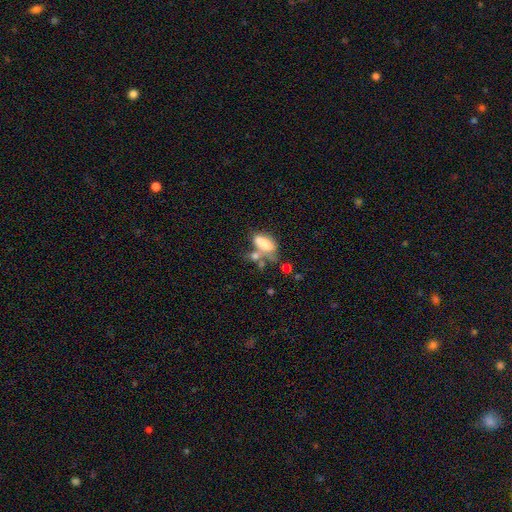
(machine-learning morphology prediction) Smooth or featured? Predicted: smooth (p=0.69). How rounded? Predicted: in between (p=0.76). Merging? Predicted: merger (p=0.34).